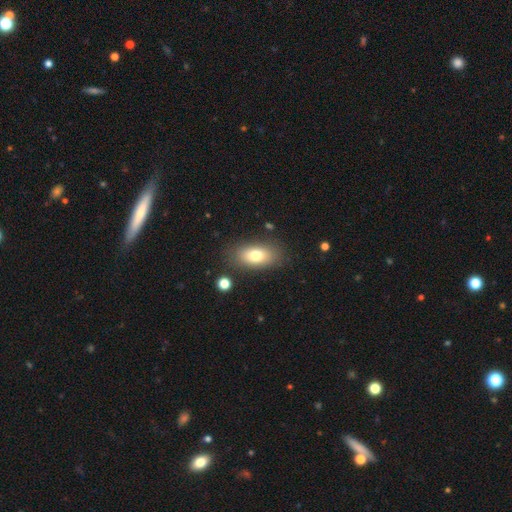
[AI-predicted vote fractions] smooth-or-featured: smooth: 76% | featured or disk: 15% | star or artifact: 9%
  how-rounded: in between: 87% | round: 8% | cigar-shaped: 5%
  merging: none: 82% | minor disturbance: 11% | major disturbance: 4% | merger: 3%